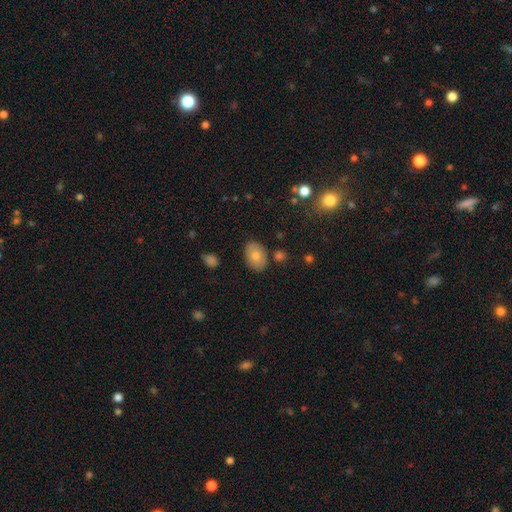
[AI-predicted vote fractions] A smooth galaxy with no disk features (78%) that is in between round and cigar-shaped (85%).

Vote fractions:
- Smooth or featured? smooth: 78% / featured or disk: 14% / star or artifact: 8%
- How rounded? in between: 85% / round: 14% / cigar-shaped: 1%
- Merging? none: 82% / minor disturbance: 12% / merger: 4% / major disturbance: 3%